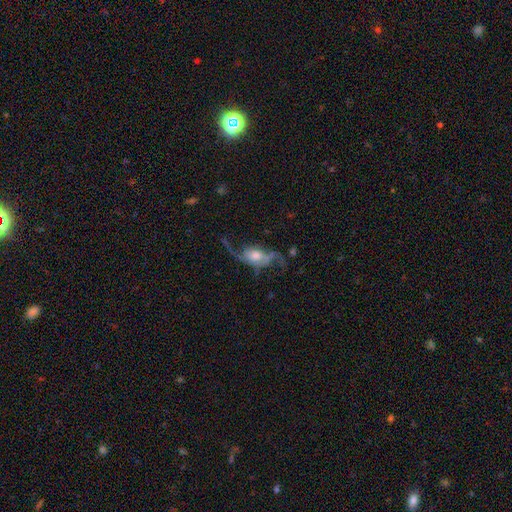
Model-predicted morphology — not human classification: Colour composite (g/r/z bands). It shows a featured or disk galaxy (80%) with no bar (62%), 2 (74%) loose (71%) spiral arms (91%) and a moderate central bulge (54%). Merging: none (47%).